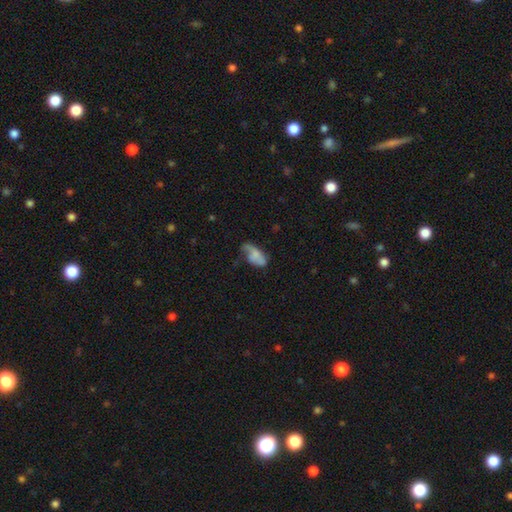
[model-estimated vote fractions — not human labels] This appears to be a smooth galaxy with no disk features (53%) that is in between round and cigar-shaped (89%). Merging: none (34%).